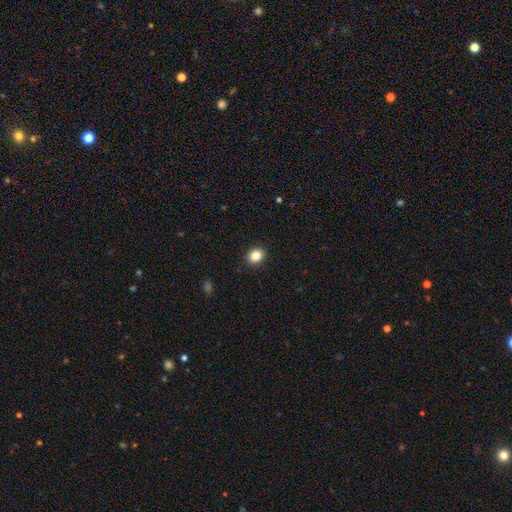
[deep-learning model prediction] smooth 84%, star or artifact 10%, featured or disk 5%. Down the decision tree: how rounded — round (62%); merging — none (91%).